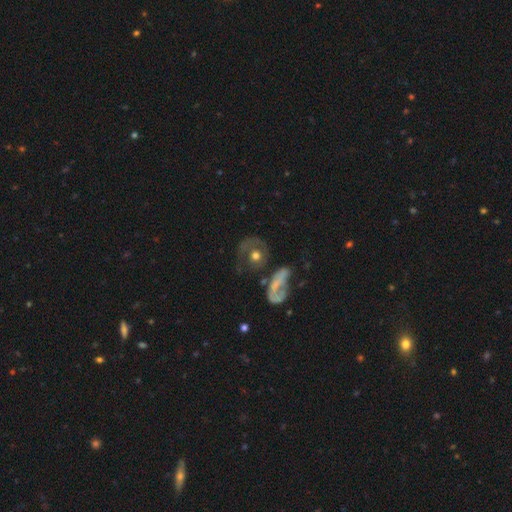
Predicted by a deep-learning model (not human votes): A smooth galaxy with no disk features (47%). Merging: none (45%).